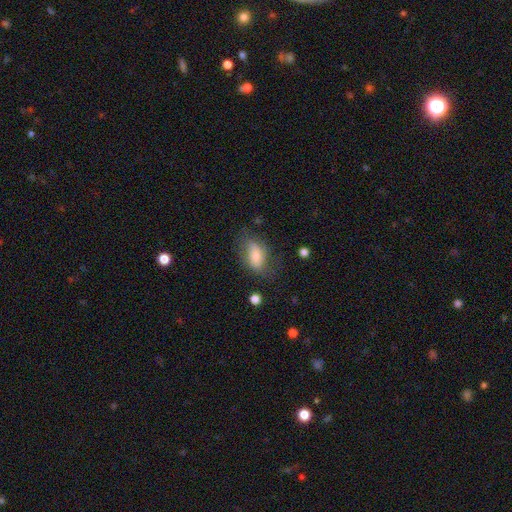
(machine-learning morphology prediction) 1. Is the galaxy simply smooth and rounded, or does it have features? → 64% smooth, 28% featured or disk, 8% star or artifact.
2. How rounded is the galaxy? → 87% in between, 8% round, 5% cigar-shaped.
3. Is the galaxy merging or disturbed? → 61% none, 25% minor disturbance, 12% major disturbance, 2% merger.